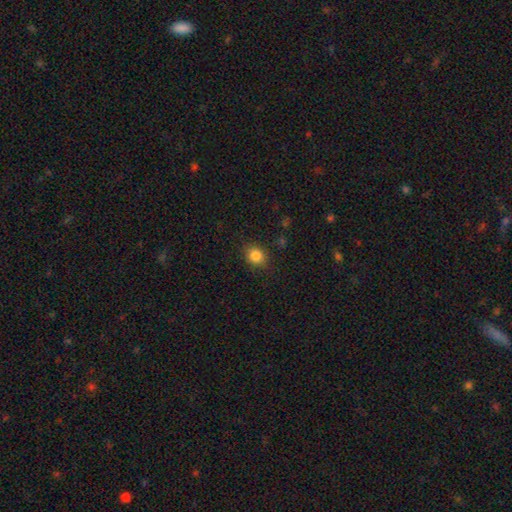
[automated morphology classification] Smooth or featured?
  - smooth: 84% *
  - star or artifact: 11%
  - featured or disk: 5%
How rounded?
  - round: 70% *
  - in between: 29%
  - cigar-shaped: 1%
Merging?
  - none: 86% *
  - minor disturbance: 10%
  - major disturbance: 3%
  - merger: 1%